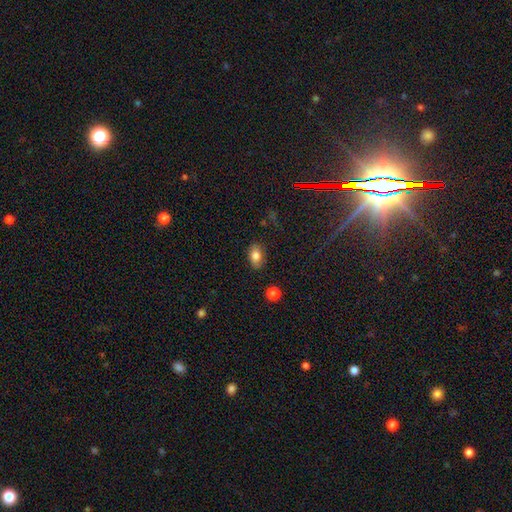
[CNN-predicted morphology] type=smooth (81%); roundness=in between (87%); merging=none (84%).